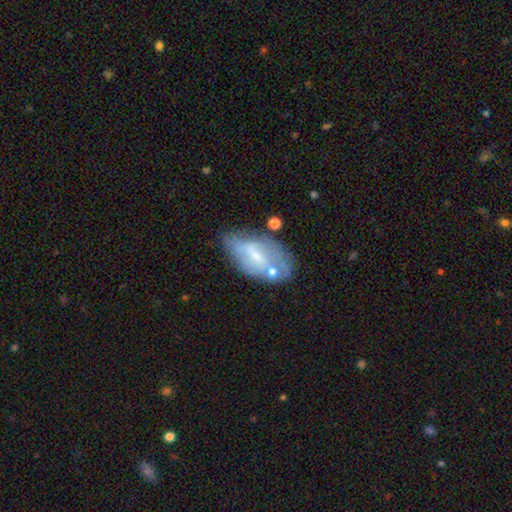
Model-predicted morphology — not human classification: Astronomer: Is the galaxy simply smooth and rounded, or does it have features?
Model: featured or disk — 55% (runner-up: smooth, 37%).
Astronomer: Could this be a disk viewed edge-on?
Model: no — 90%.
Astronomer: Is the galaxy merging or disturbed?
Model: none — 47% (runner-up: minor disturbance, 27%).